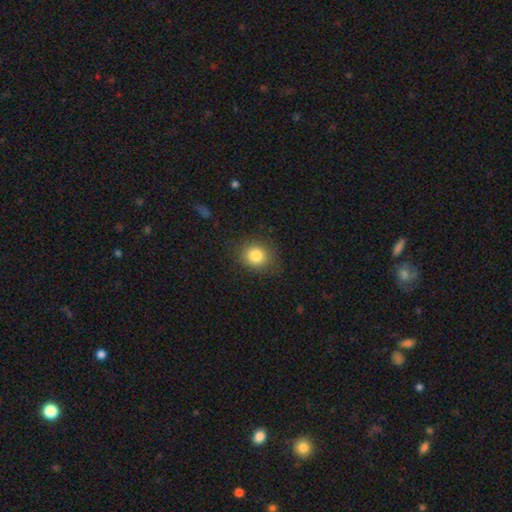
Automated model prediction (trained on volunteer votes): smooth 83%, star or artifact 10%, featured or disk 7%. Down the decision tree: how rounded — round (76%); merging — none (85%).